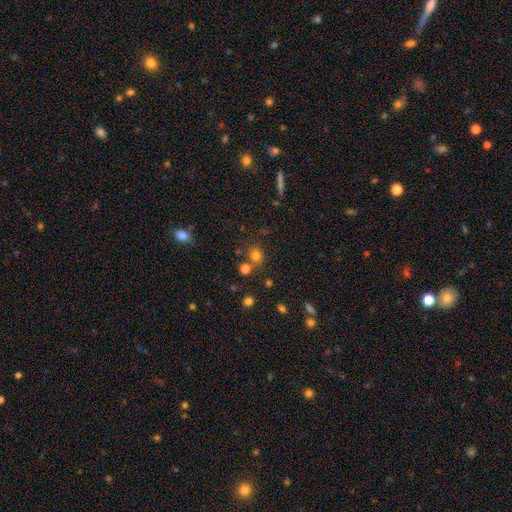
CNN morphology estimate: type=smooth (76%); roundness=round (78%); merging=none (71%).